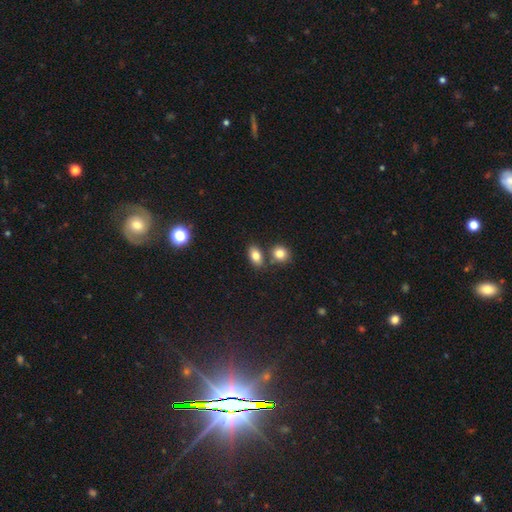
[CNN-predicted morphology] Smooth or featured: smooth — 80% (star or artifact — 10%)
How rounded: in between — 84% (round — 14%)
Merging: none — 64% (merger — 22%)